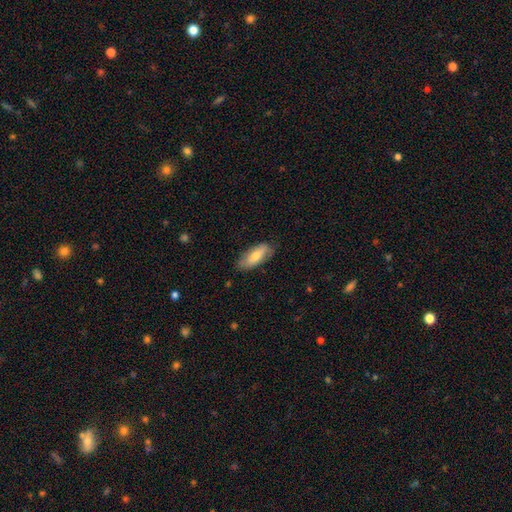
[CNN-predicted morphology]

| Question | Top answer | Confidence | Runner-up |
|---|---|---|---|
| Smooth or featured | smooth | 69% | featured or disk (25%) |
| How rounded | in between | 75% | cigar-shaped (22%) |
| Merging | none | 78% | minor disturbance (18%) |